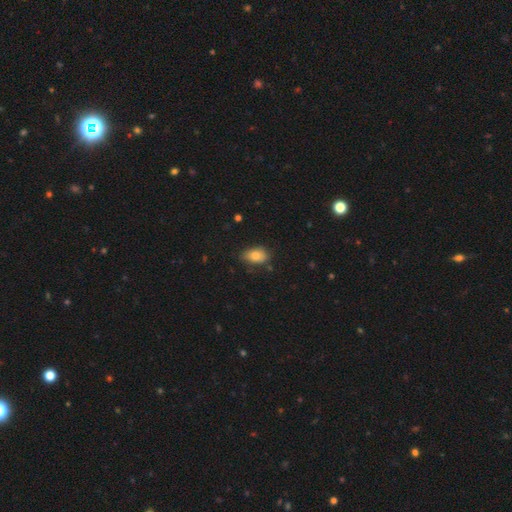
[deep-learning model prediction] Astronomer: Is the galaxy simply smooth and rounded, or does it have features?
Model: smooth — 81%.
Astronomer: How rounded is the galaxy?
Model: in between — 85%.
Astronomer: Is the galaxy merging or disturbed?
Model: none — 73%.